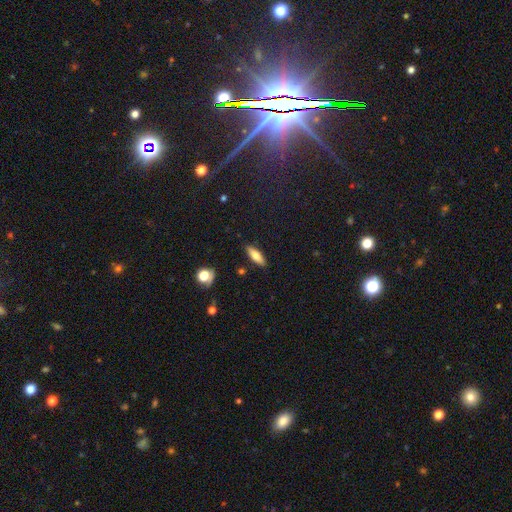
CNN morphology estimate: Smooth or featured? Predicted: smooth (p=0.71). How rounded? Predicted: in between (p=0.52). Merging? Predicted: none (p=0.87).